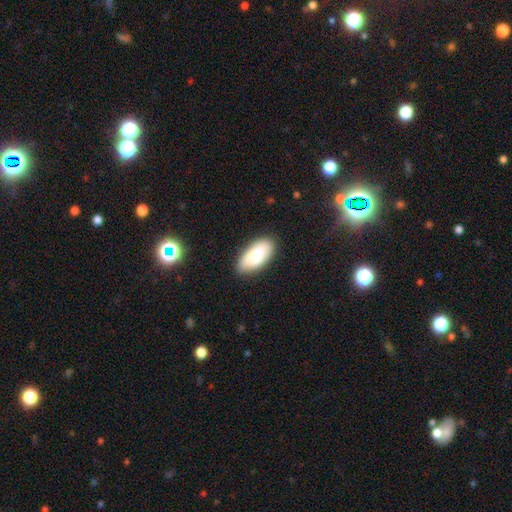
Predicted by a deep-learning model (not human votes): Smooth or featured?
  - smooth: 85% *
  - featured or disk: 9%
  - star or artifact: 6%
How rounded?
  - in between: 92% *
  - cigar-shaped: 6%
  - round: 2%
Merging?
  - none: 85% *
  - minor disturbance: 11%
  - major disturbance: 2%
  - merger: 1%